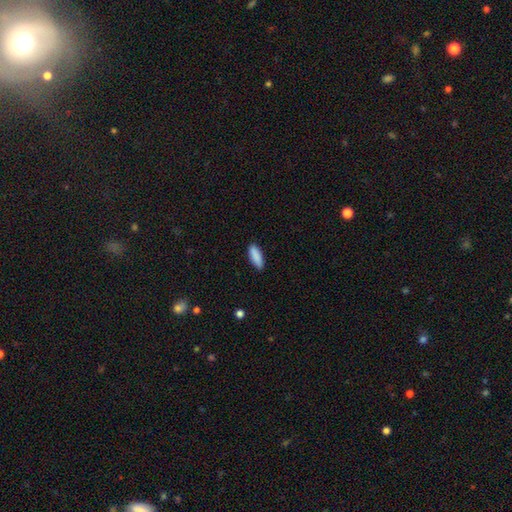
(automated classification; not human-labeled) smooth-or-featured: smooth: 89% | star or artifact: 6% | featured or disk: 5%
  how-rounded: in between: 55% | cigar-shaped: 43% | round: 2%
  merging: none: 88% | minor disturbance: 9% | major disturbance: 2% | merger: 1%